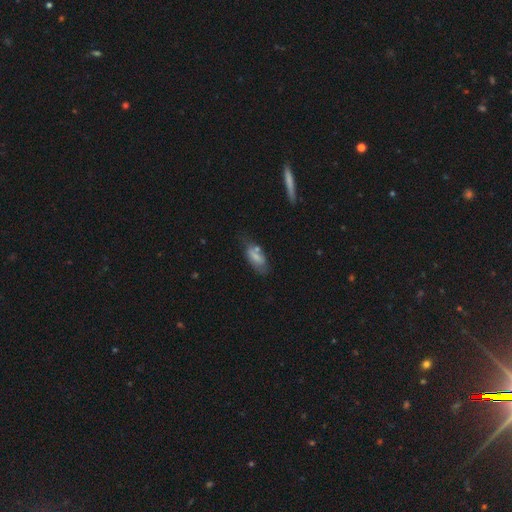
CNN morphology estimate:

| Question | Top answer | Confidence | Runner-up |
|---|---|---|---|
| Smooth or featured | smooth | 68% | featured or disk (25%) |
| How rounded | in between | 80% | cigar-shaped (18%) |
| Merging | none | 54% | minor disturbance (26%) |